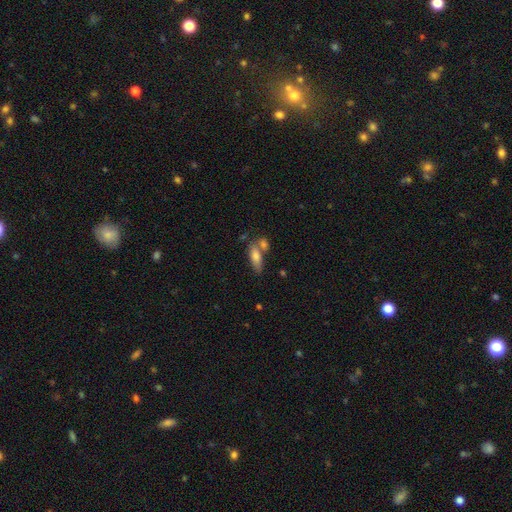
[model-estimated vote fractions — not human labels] Overall: smooth (76%). How rounded: in between (68%). Merging: none (45%; merger 35%).